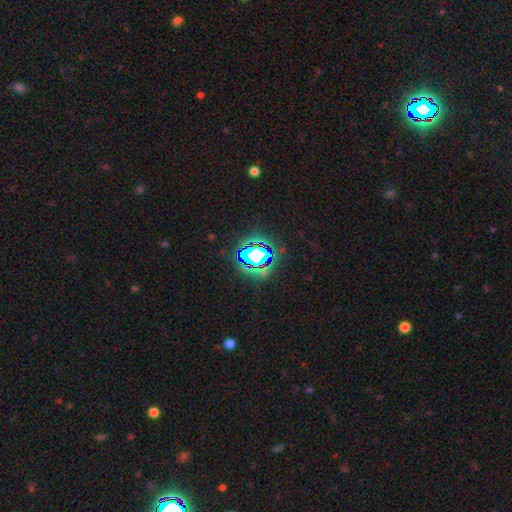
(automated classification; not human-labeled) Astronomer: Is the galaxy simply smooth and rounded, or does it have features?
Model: star or artifact — 69%.